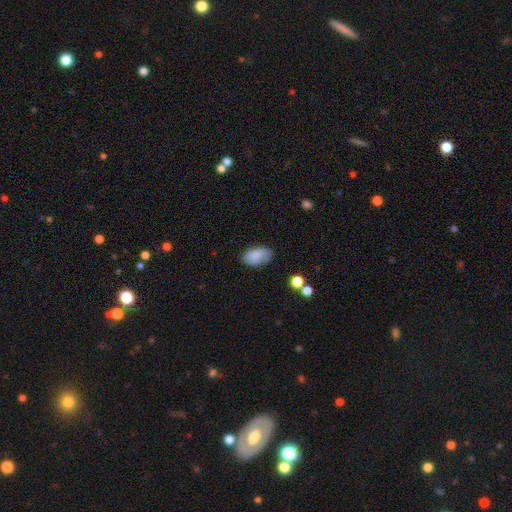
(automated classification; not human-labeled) Overall: smooth (79%). How rounded: in between (90%). Merging: none (67%).